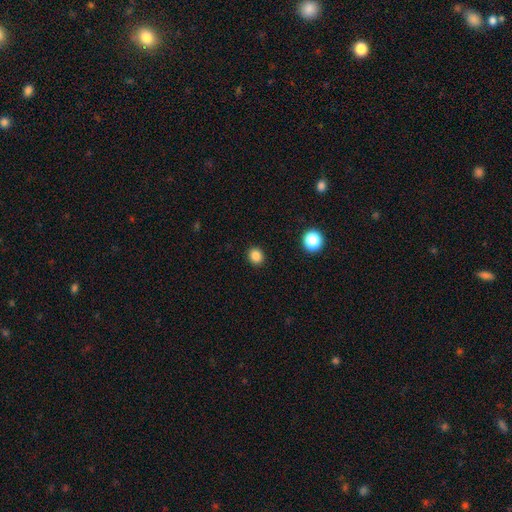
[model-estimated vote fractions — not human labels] Smooth or featured?
  - smooth: 84% *
  - star or artifact: 12%
  - featured or disk: 4%
How rounded?
  - round: 75% *
  - in between: 25%
  - cigar-shaped: 1%
Merging?
  - none: 91% *
  - minor disturbance: 6%
  - major disturbance: 2%
  - merger: 1%